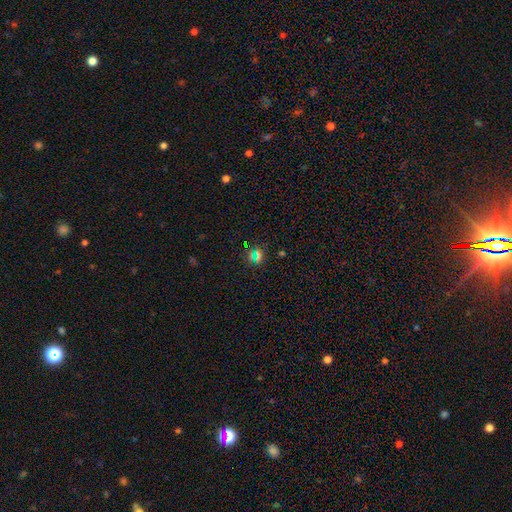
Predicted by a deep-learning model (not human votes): A star or artifact, not a galaxy (50%).

Vote fractions:
- Smooth or featured? star or artifact: 50% / smooth: 40% / featured or disk: 10%